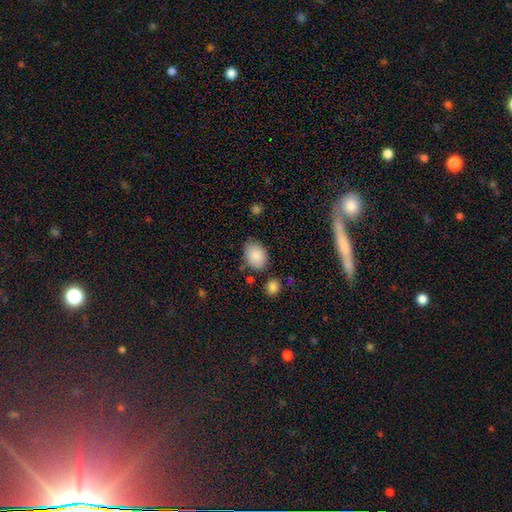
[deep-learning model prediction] Smooth or featured: smooth — 88% (star or artifact — 7%)
How rounded: in between — 77% (round — 22%)
Merging: none — 74% (minor disturbance — 17%)